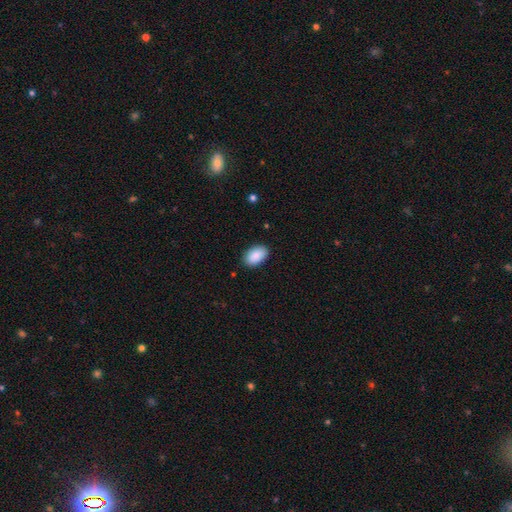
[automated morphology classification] Overall: smooth (90%). How rounded: in between (93%). Merging: none (88%).